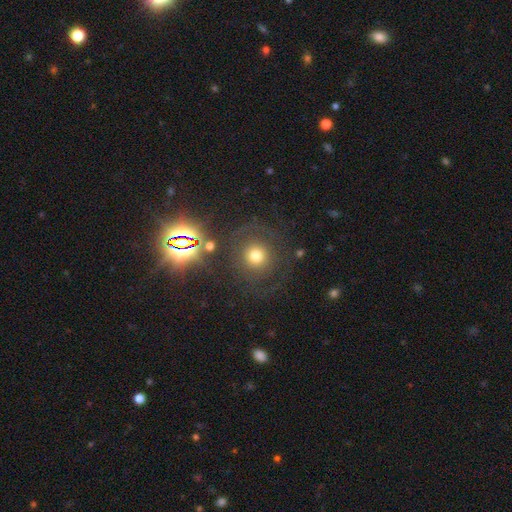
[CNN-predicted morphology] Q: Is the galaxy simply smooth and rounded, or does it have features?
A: smooth — 58%.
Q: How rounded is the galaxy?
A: round — 92%.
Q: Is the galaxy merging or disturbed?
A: none — 75%.